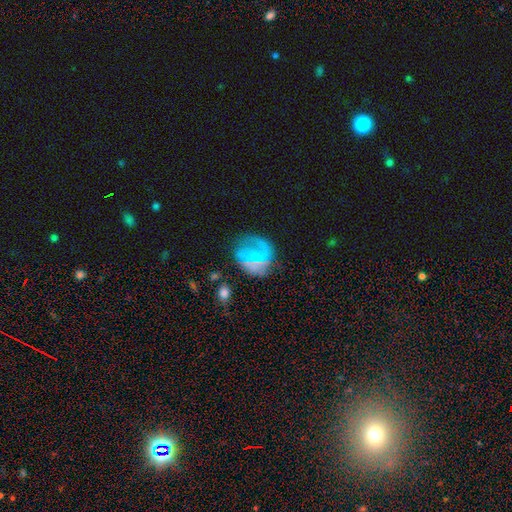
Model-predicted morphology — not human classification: Smooth or featured?
  - featured or disk: 48% *
  - smooth: 37%
  - star or artifact: 15%
Merging?
  - none: 50% *
  - major disturbance: 24%
  - minor disturbance: 21%
  - merger: 5%